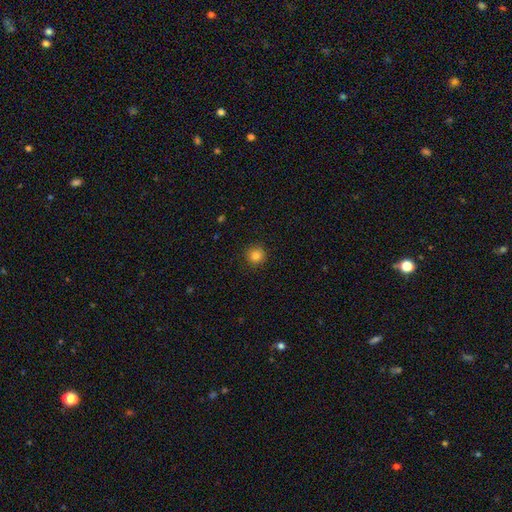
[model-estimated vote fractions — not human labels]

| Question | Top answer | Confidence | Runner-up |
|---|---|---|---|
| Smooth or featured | smooth | 84% | star or artifact (12%) |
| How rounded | round | 94% | in between (5%) |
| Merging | none | 91% | minor disturbance (6%) |